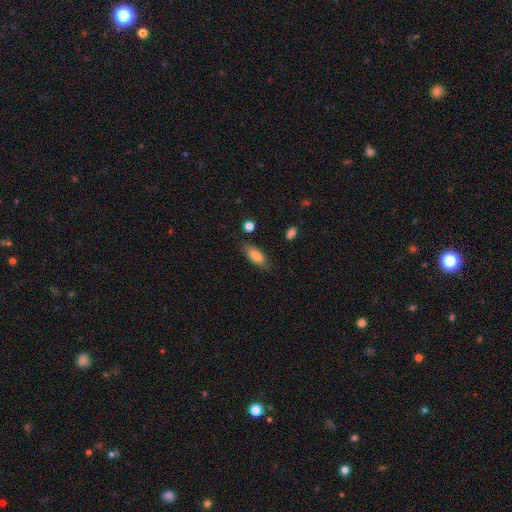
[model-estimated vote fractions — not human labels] This is likely a smooth galaxy (80%). How rounded: clearly in between (82%). Merging: likely none (77%).